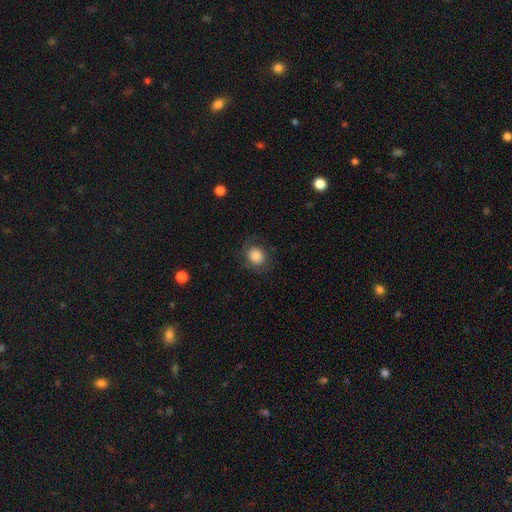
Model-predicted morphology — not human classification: Q: Smooth or featured?
A: smooth (83%); runner-up: featured or disk (9%)
Q: How rounded?
A: round (71%); runner-up: in between (28%)
Q: Merging?
A: none (79%); runner-up: minor disturbance (13%)